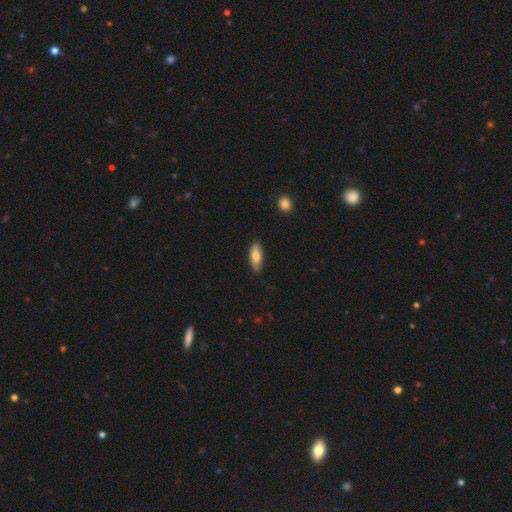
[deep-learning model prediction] Smooth or featured? Predicted: smooth (p=0.80). How rounded? Predicted: in between (p=0.70). Merging? Predicted: none (p=0.83).